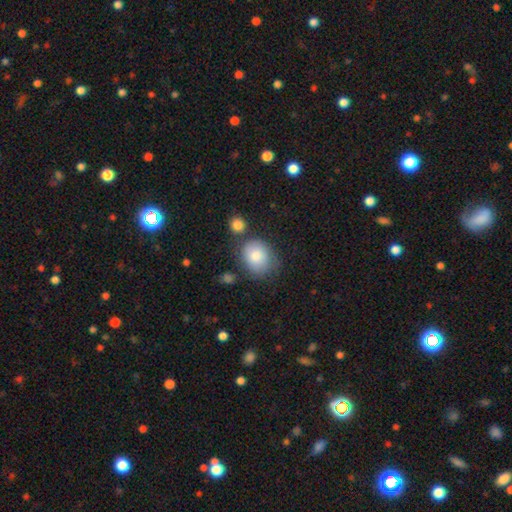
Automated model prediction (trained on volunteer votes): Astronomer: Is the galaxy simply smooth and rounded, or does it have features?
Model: smooth — 79%.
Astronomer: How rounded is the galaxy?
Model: round — 63%.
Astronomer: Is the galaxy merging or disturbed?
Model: none — 62%.